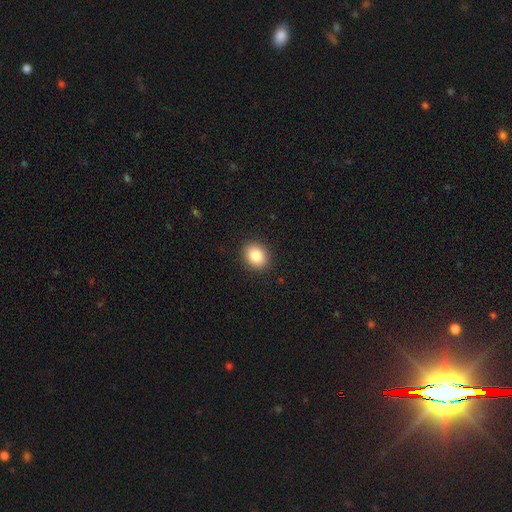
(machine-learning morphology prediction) Smooth or featured? Predicted: smooth (p=0.85). How rounded? Predicted: round (p=0.51). Merging? Predicted: none (p=0.90).